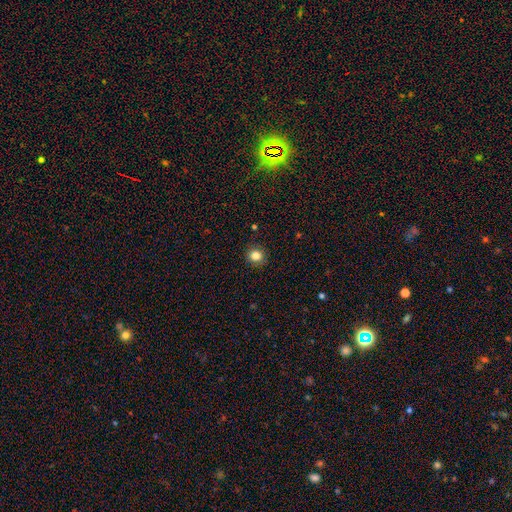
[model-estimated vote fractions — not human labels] Smooth or featured? Predicted: smooth (p=0.83). How rounded? Predicted: round (p=0.89). Merging? Predicted: none (p=0.91).